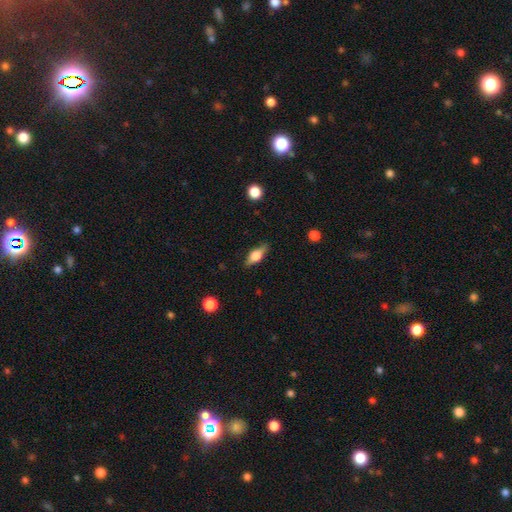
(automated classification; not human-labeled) smooth_or_featured: smooth (p=0.51) [alt: featured or disk p=0.42]
how_rounded: in between (p=0.69) [alt: cigar-shaped p=0.25]
merging: none (p=0.82) [alt: minor disturbance p=0.13]